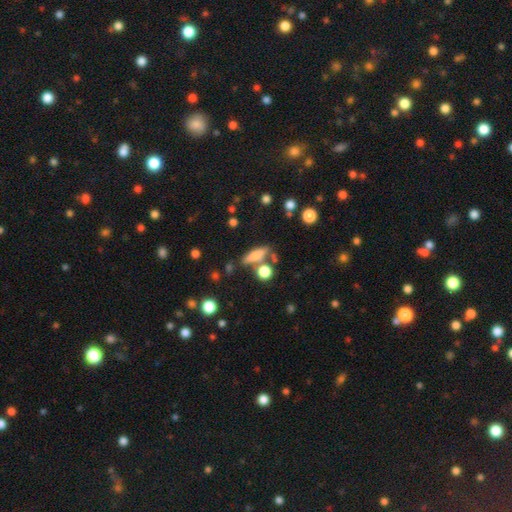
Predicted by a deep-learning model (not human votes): Smooth or featured? smooth (73%)
How rounded? cigar-shaped (49%)
Merging? none (62%)